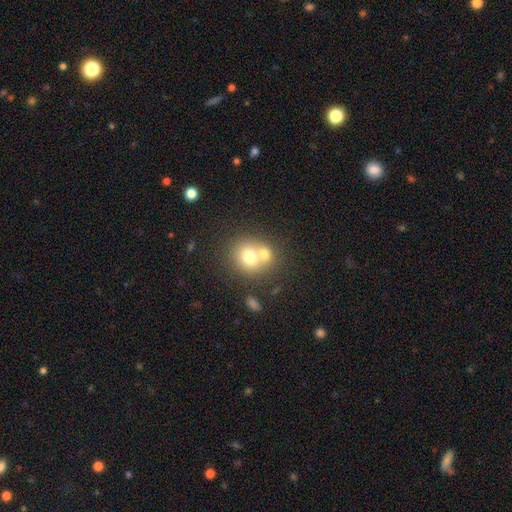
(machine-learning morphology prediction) type=smooth (68%); roundness=round (77%); merging=merger (53%).